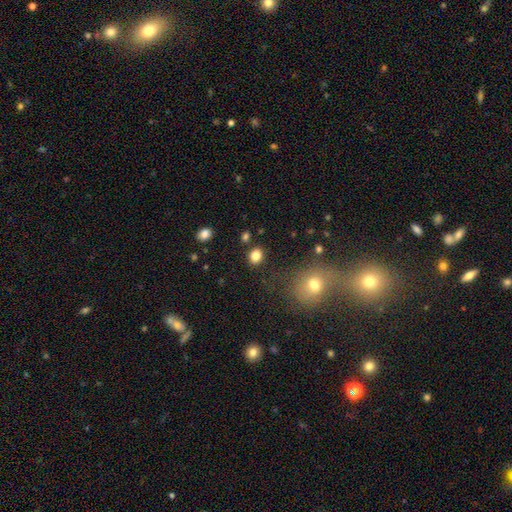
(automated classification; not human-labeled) Overall: smooth (83%). How rounded: round (61%; in between 38%). Merging: none (84%).